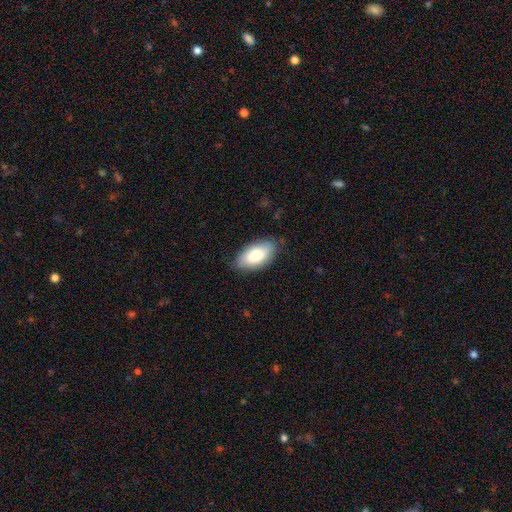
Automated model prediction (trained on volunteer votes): This appears to be a smooth galaxy with no disk features (78%) that is in between round and cigar-shaped (93%). Merging: none (82%).